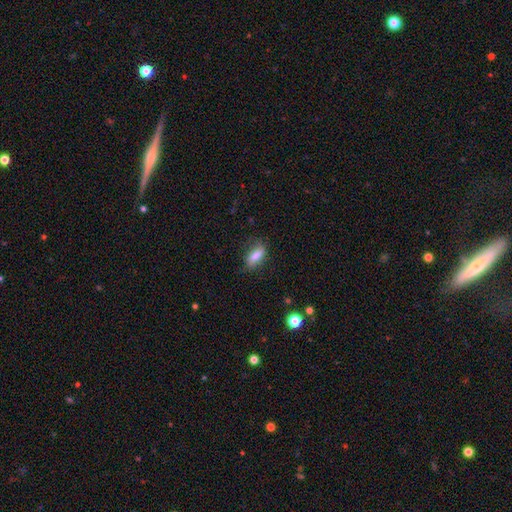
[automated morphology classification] smooth_or_featured: smooth (p=0.79) [alt: featured or disk p=0.13]
how_rounded: in between (p=0.77) [alt: cigar-shaped p=0.19]
merging: none (p=0.70) [alt: minor disturbance p=0.22]